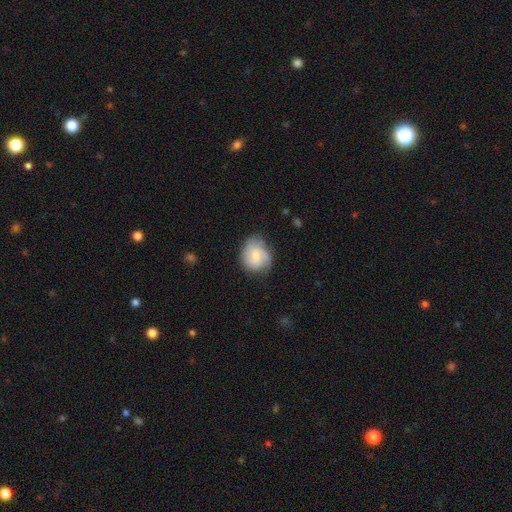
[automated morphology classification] smooth_or_featured: smooth (p=0.52) [alt: featured or disk p=0.41]
how_rounded: round (p=0.68) [alt: in between p=0.31]
merging: none (p=0.61) [alt: minor disturbance p=0.27]